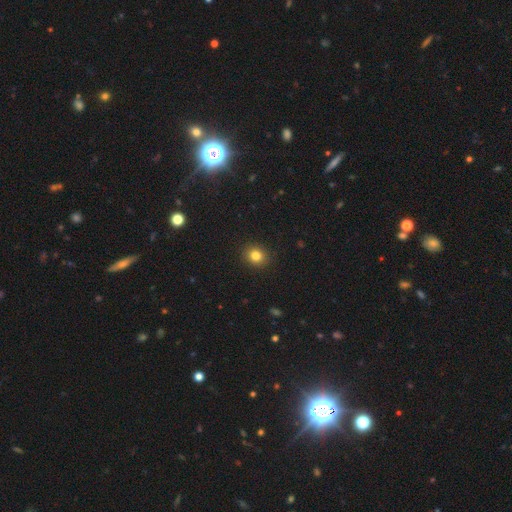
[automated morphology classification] The model was most divided on "how rounded": round: 74%, in between: 25%, cigar-shaped: 1%. More confident: merging — none (91%); smooth or featured — smooth (83%).